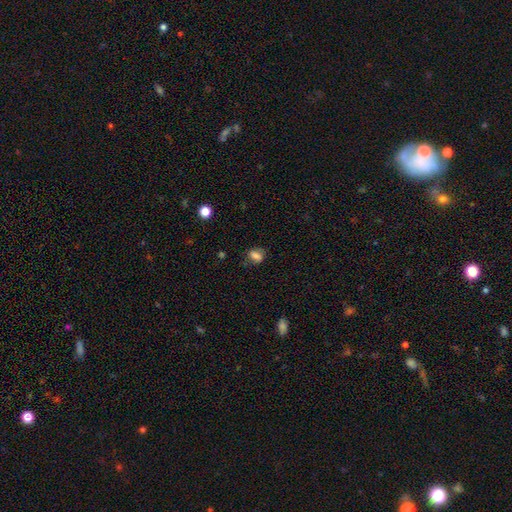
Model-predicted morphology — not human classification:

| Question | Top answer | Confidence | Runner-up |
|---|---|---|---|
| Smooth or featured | smooth | 69% | featured or disk (17%) |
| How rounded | in between | 64% | round (32%) |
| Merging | none | 71% | minor disturbance (19%) |